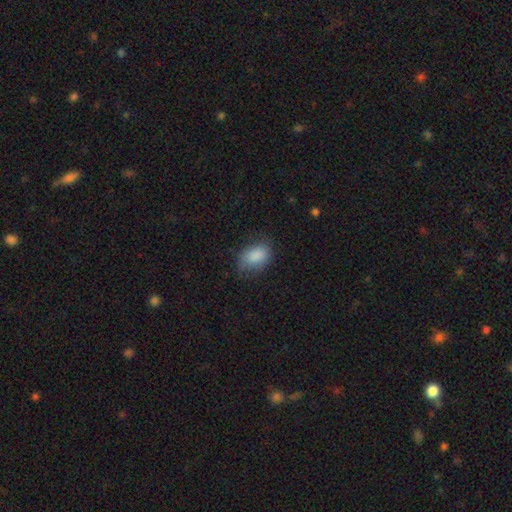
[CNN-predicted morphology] This appears to be a smooth galaxy with no disk features (86%) that is in between round and cigar-shaped (87%). Merging: none (66%).